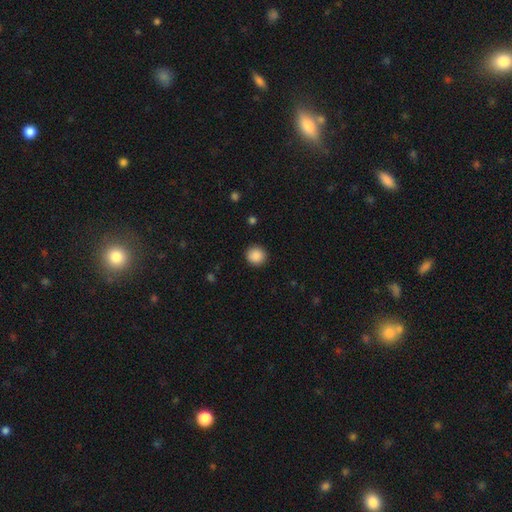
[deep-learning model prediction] A smooth galaxy with no disk features (89%) that is round (91%). Merging: none (91%).